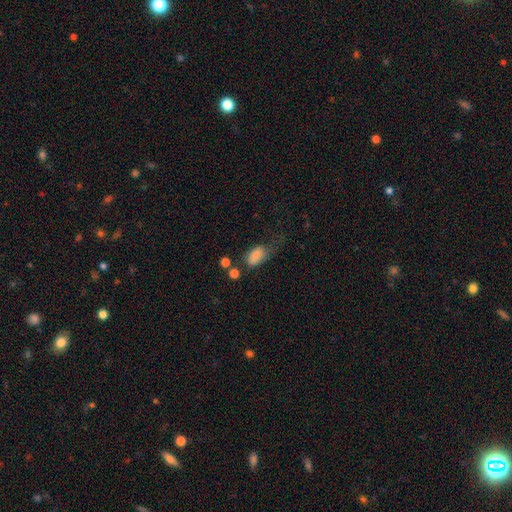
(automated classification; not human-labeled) Smooth or featured?
  - smooth: 81% *
  - featured or disk: 9%
  - star or artifact: 9%
How rounded?
  - in between: 90% *
  - round: 8%
  - cigar-shaped: 3%
Merging?
  - major disturbance: 35% *
  - minor disturbance: 30%
  - none: 27%
  - merger: 8%